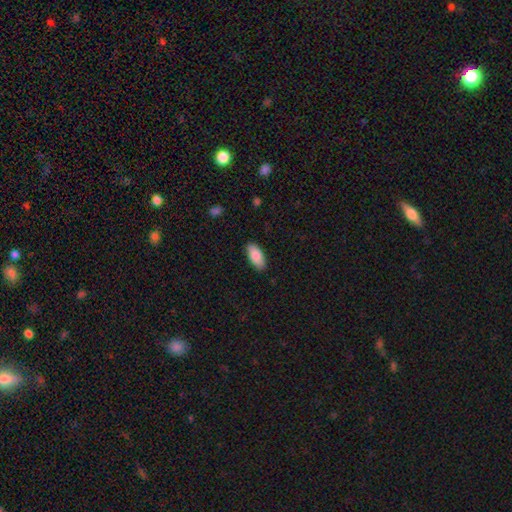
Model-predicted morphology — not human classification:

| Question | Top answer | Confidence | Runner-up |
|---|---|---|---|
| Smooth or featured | smooth | 87% | featured or disk (7%) |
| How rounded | in between | 89% | cigar-shaped (9%) |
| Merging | none | 88% | minor disturbance (9%) |